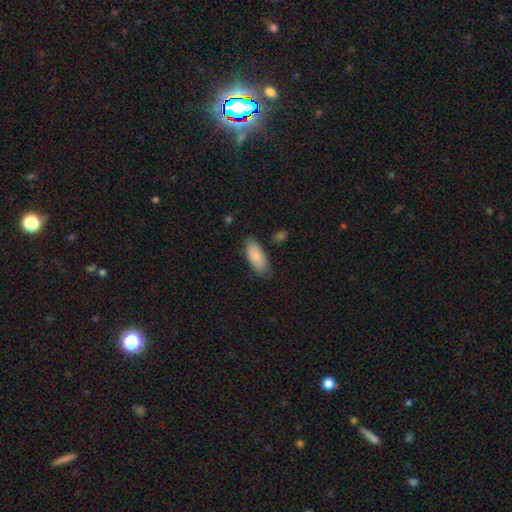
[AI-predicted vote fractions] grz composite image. It shows a smooth galaxy with no disk features (83%) that is in between round and cigar-shaped (86%). Merging: none (76%).